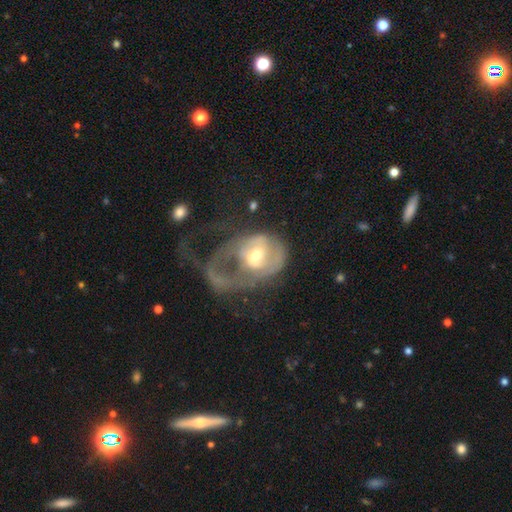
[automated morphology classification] A featured or disk galaxy (64%) with no bar (63%), spiral arms (51%) and a moderate central bulge (58%). Merging: major disturbance (70%).